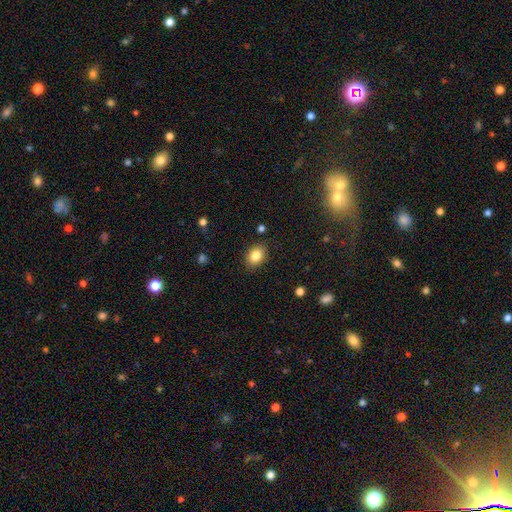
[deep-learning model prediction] Smooth or featured? Predicted: smooth (p=0.84). How rounded? Predicted: in between (p=0.66). Merging? Predicted: none (p=0.86).